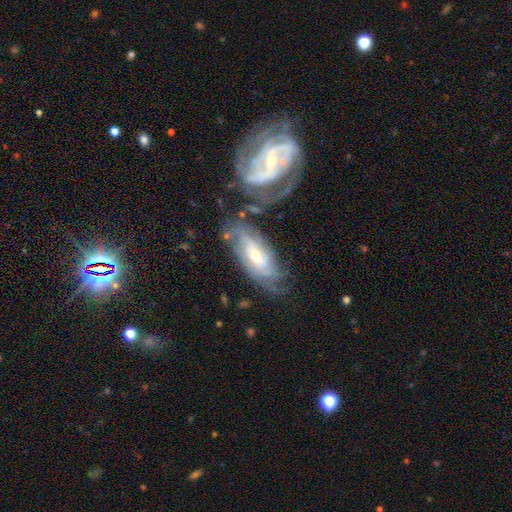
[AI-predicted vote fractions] A featured or disk galaxy (75%) with no bar (51%), tight (55%) spiral arms (89%) and a small central bulge (49%). Merging: none (49%).